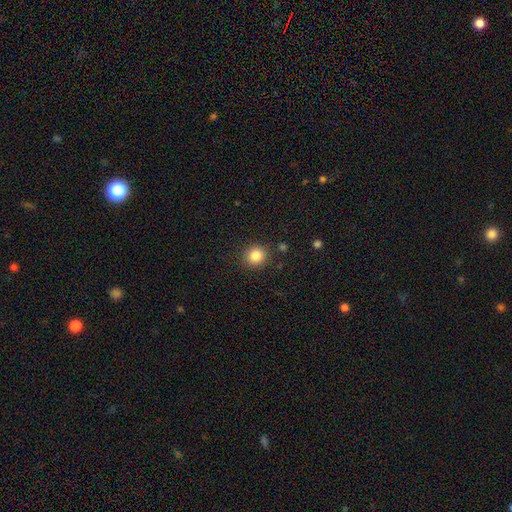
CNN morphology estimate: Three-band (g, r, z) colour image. It shows a smooth galaxy with no disk features (84%) that is round (87%). Merging: none (88%).